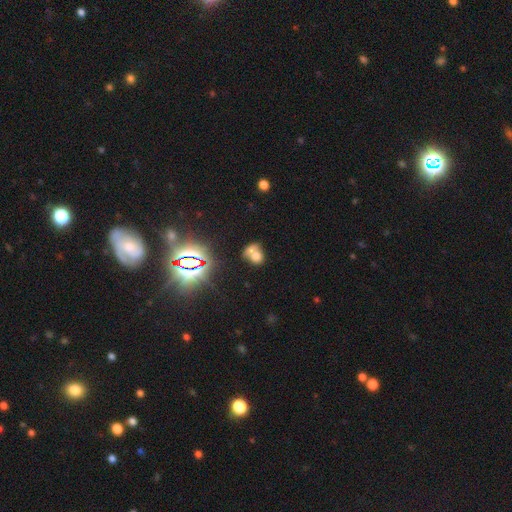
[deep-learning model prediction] A smooth galaxy with no disk features (61%) that is round (52%). Merging: merger (55%).